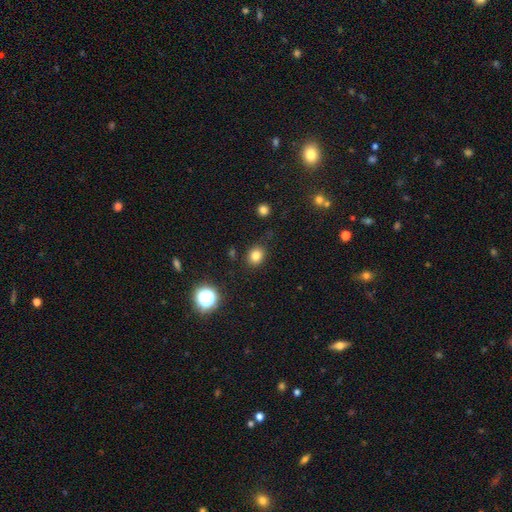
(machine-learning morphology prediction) Q: Smooth or featured?
A: smooth (81%); runner-up: star or artifact (14%)
Q: How rounded?
A: round (69%); runner-up: in between (30%)
Q: Merging?
A: none (85%); runner-up: minor disturbance (10%)